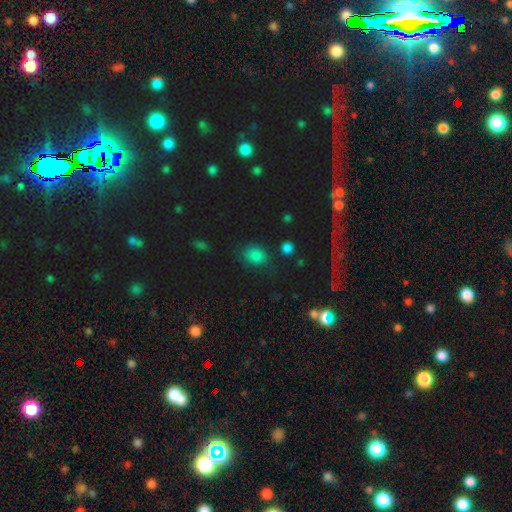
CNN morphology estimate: This is likely a smooth galaxy (78%). How rounded: possibly in between (59%). Merging: likely none (74%).